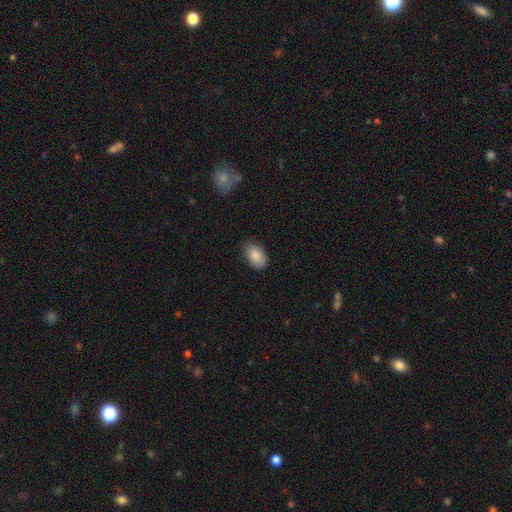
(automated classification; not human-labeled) Smooth or featured: smooth — 87% (star or artifact — 7%)
How rounded: in between — 91% (round — 8%)
Merging: none — 79% (minor disturbance — 17%)